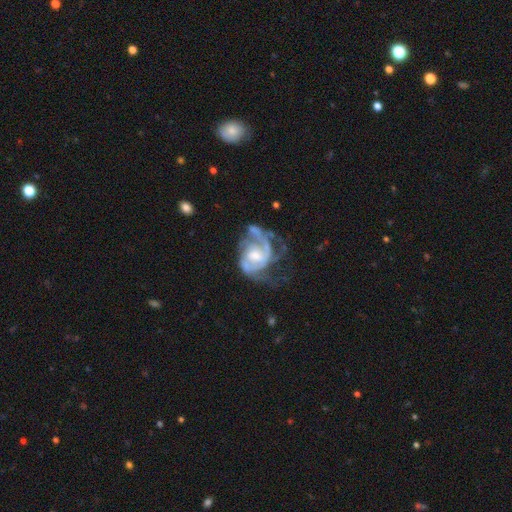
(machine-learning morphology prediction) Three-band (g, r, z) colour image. It shows a featured or disk galaxy (88%) with no bar (46%), 2 (48%) medium (45%) spiral arms (95%) and a moderate central bulge (48%). Merging: none (41%).